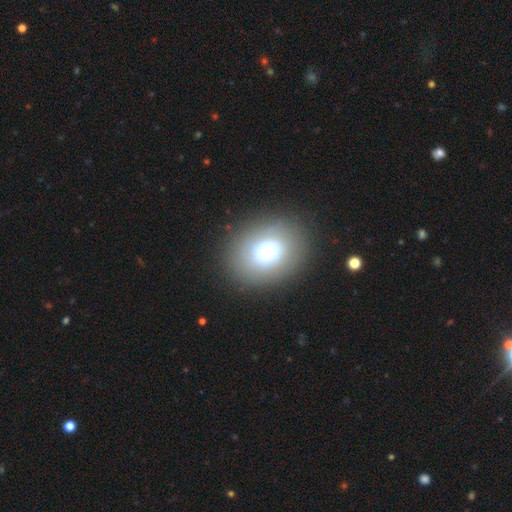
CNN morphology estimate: This is likely a smooth galaxy (71%). How rounded: possibly in between (50%). Merging: clearly none (86%).